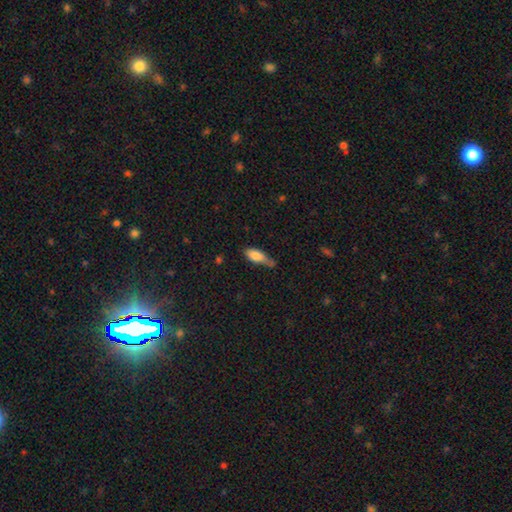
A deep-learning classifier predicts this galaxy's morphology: Q: Smooth or featured?
A: smooth (80%); runner-up: featured or disk (13%)
Q: How rounded?
A: in between (74%); runner-up: cigar-shaped (23%)
Q: Merging?
A: minor disturbance (40%); runner-up: none (37%)